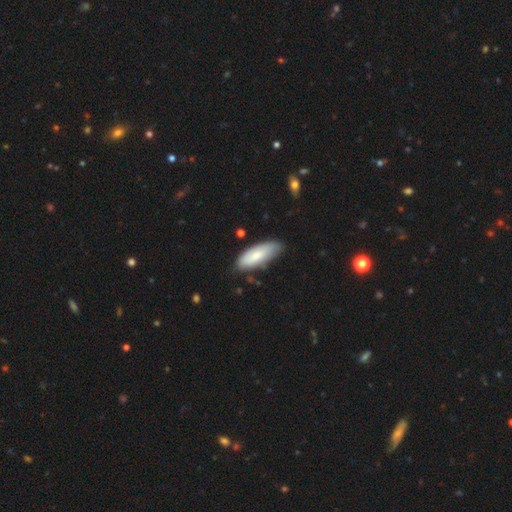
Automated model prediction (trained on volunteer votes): Overall: smooth (76%). How rounded: in between (75%). Merging: none (74%).